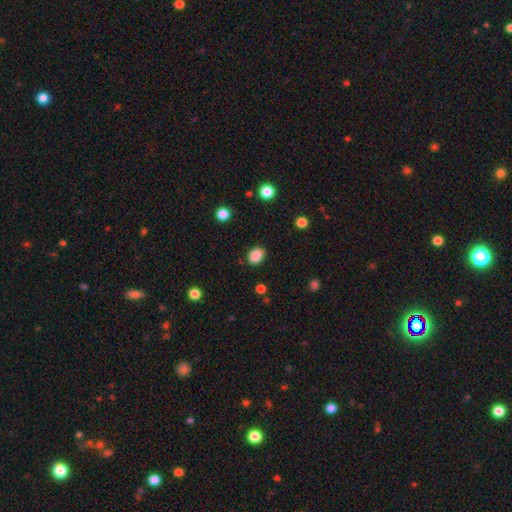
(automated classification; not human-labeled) smooth-or-featured: smooth: 88% | star or artifact: 9% | featured or disk: 3%
  how-rounded: in between: 63% | round: 36% | cigar-shaped: 1%
  merging: none: 85% | minor disturbance: 11% | major disturbance: 3% | merger: 1%